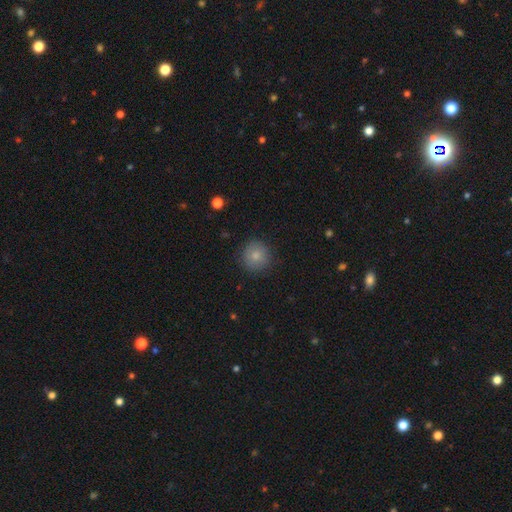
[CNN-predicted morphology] A smooth galaxy with no disk features (82%) that is round (93%).

Vote fractions:
- Smooth or featured? smooth: 82% / star or artifact: 9% / featured or disk: 8%
- How rounded? round: 93% / in between: 6% / cigar-shaped: 1%
- Merging? none: 87% / minor disturbance: 9% / major disturbance: 3% / merger: 1%